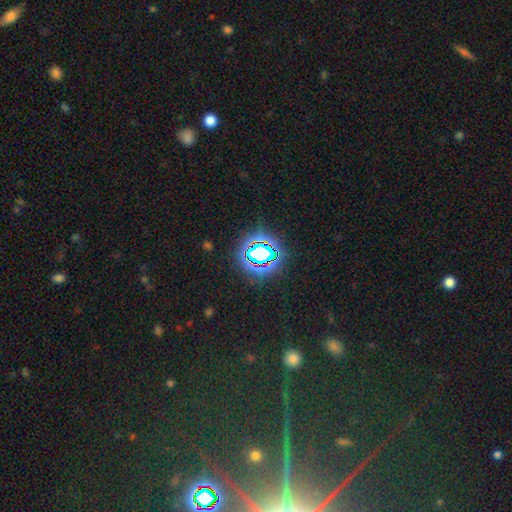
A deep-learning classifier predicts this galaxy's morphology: Smooth or featured? star or artifact (72%)